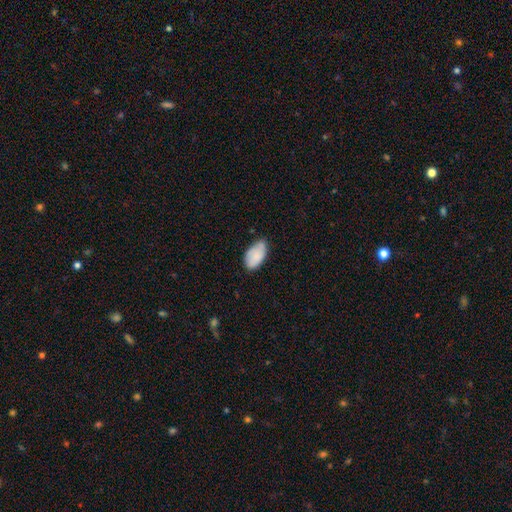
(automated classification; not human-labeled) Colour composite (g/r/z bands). It shows a smooth galaxy with no disk features (80%) that is in between round and cigar-shaped (95%). Merging: none (58%).